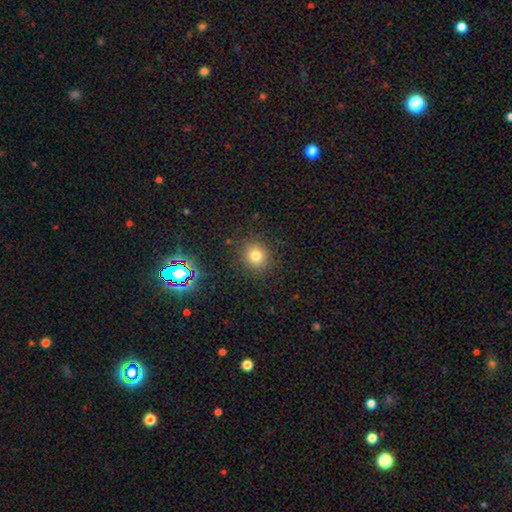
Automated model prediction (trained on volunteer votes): Q: Smooth or featured?
A: smooth (77%); runner-up: star or artifact (16%)
Q: How rounded?
A: round (88%); runner-up: in between (11%)
Q: Merging?
A: none (88%); runner-up: minor disturbance (7%)